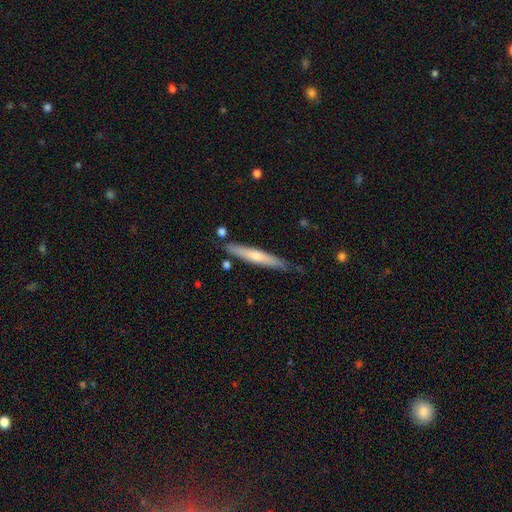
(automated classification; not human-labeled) Smooth or featured? featured or disk (60%)
Edge-on disk? yes (95%)
Edge-on bulge? rounded (72%)
Merging? none (84%)